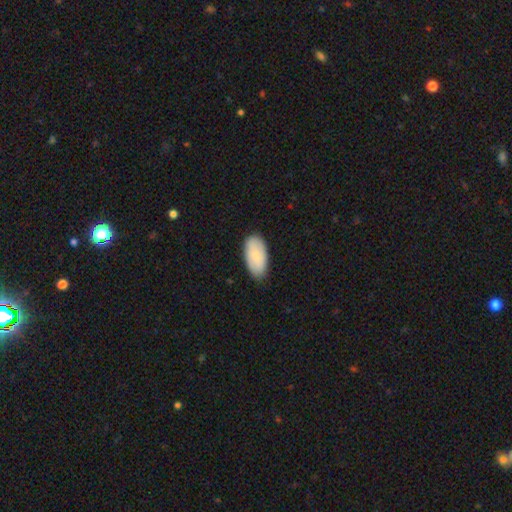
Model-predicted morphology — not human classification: Smooth or featured?
  - smooth: 82% *
  - featured or disk: 12%
  - star or artifact: 6%
How rounded?
  - in between: 94% *
  - cigar-shaped: 4%
  - round: 2%
Merging?
  - none: 82% *
  - minor disturbance: 14%
  - major disturbance: 2%
  - merger: 1%